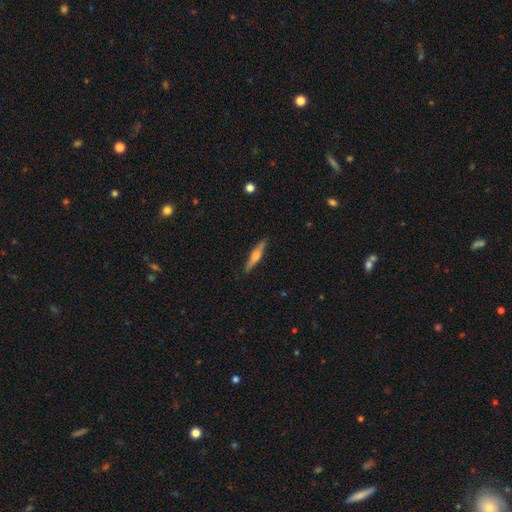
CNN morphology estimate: Smooth or featured? featured or disk (59%)
Edge-on disk? yes (97%)
Edge-on bulge? rounded (81%)
Merging? none (89%)